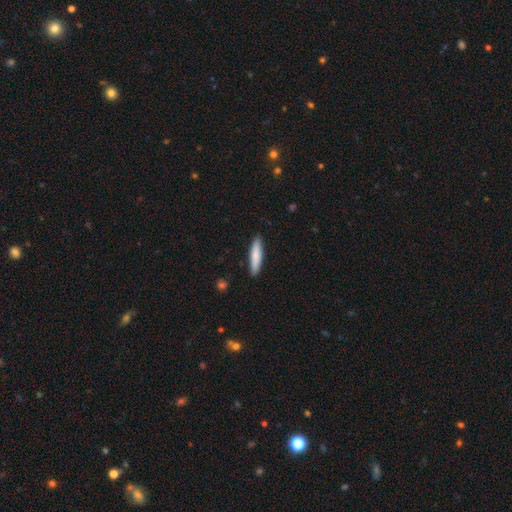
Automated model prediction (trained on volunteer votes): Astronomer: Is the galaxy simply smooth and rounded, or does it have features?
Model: smooth — 81%.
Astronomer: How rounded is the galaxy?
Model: cigar-shaped — 84%.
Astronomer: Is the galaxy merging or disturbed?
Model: none — 88%.